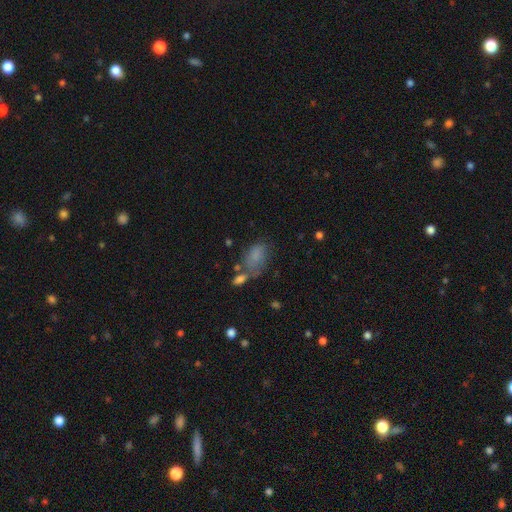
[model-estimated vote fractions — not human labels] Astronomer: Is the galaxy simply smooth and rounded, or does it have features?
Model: smooth — 77%.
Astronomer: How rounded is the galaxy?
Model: in between — 86%.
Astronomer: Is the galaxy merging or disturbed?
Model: none — 41% (runner-up: minor disturbance, 25%).